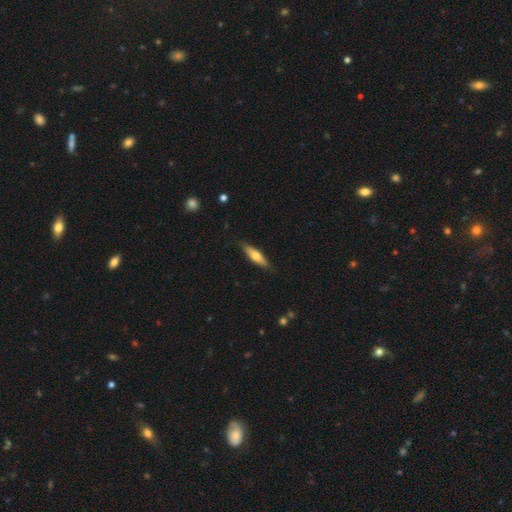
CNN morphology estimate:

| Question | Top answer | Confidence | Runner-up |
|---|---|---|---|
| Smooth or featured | smooth | 57% | featured or disk (38%) |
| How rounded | cigar-shaped | 68% | in between (30%) |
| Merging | none | 85% | minor disturbance (12%) |